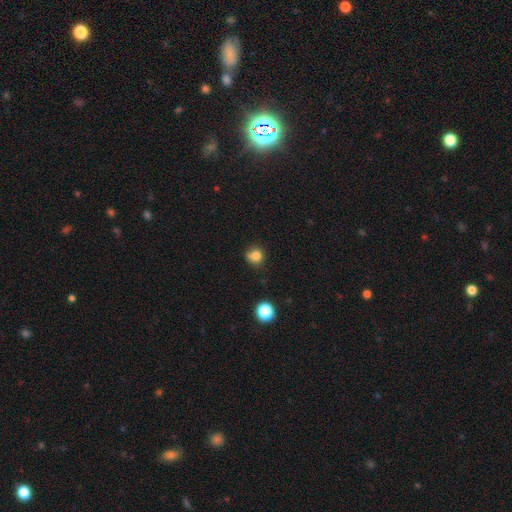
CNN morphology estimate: Overall: smooth (80%). How rounded: round (84%). Merging: none (63%).